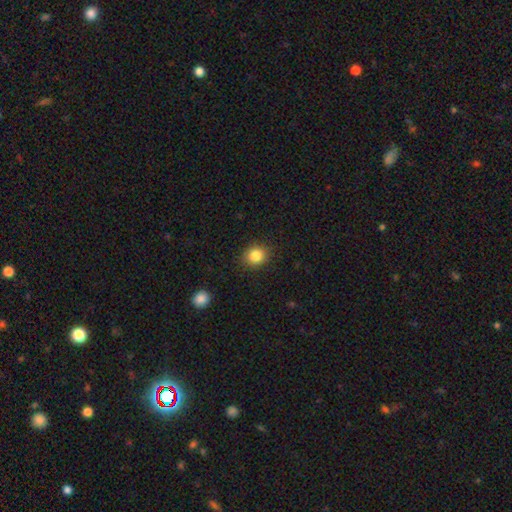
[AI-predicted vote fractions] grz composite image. It shows a smooth galaxy with no disk features (85%) that is round (77%). Merging: none (89%).